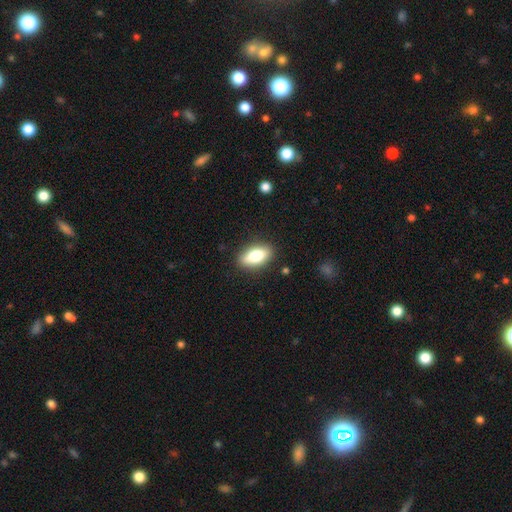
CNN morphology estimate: A smooth galaxy with no disk features (77%) that is in between round and cigar-shaped (84%).

Vote fractions:
- Smooth or featured? smooth: 77% / featured or disk: 16% / star or artifact: 7%
- How rounded? in between: 84% / cigar-shaped: 12% / round: 4%
- Merging? none: 87% / minor disturbance: 9% / major disturbance: 3% / merger: 1%